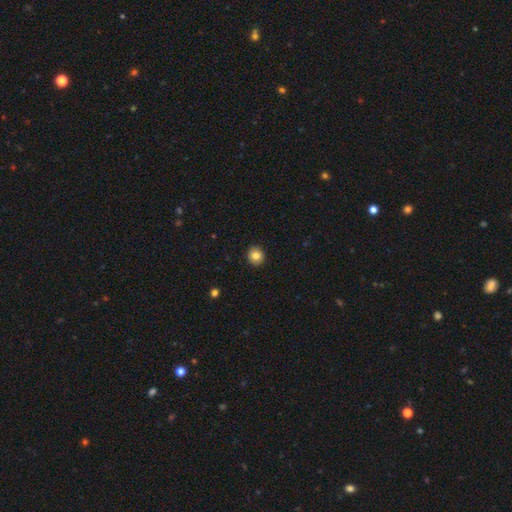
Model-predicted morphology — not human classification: smooth-or-featured: smooth: 82% | star or artifact: 9% | featured or disk: 9%
  how-rounded: round: 87% | in between: 12% | cigar-shaped: 1%
  merging: none: 91% | minor disturbance: 6% | major disturbance: 2% | merger: 1%